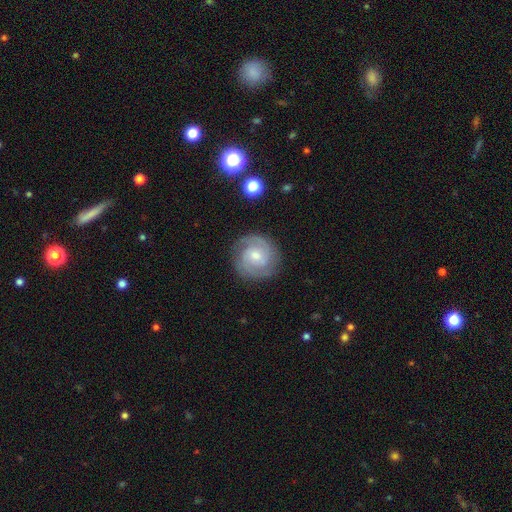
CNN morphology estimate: featured or disk 80%, smooth 14%, star or artifact 6%. Down the decision tree: edge-on disk — no (98%); bar — no (47%); spiral arms — yes (96%); spiral arm count — 2 (57%); spiral winding — tight (58%); bulge size — small (54%); merging — none (83%).